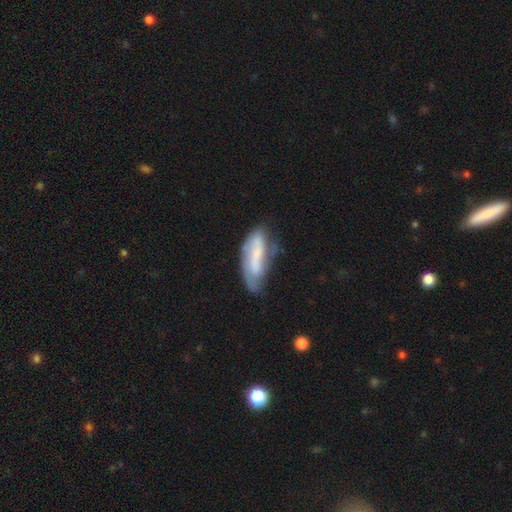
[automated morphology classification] Smooth or featured?
  - featured or disk: 51% *
  - smooth: 41%
  - star or artifact: 7%
Edge-on disk?
  - no: 85% *
  - yes: 15%
Merging?
  - none: 45% *
  - minor disturbance: 31%
  - major disturbance: 19%
  - merger: 5%